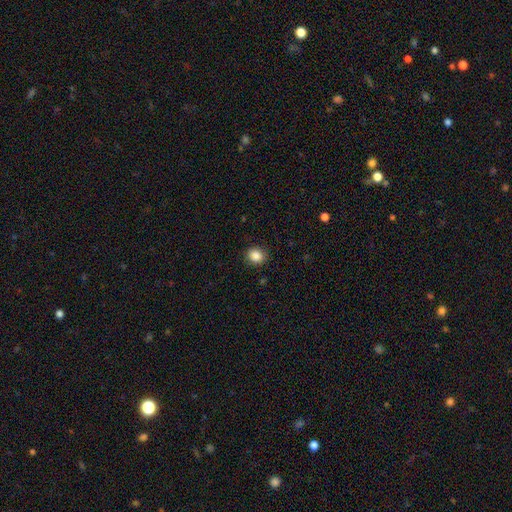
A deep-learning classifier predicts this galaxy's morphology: Overall: smooth (86%). How rounded: round (79%). Merging: none (90%).